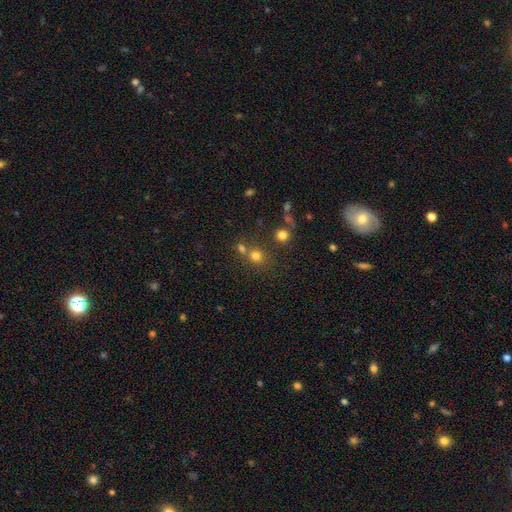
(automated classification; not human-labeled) A smooth galaxy with no disk features (74%) that is round (85%).

Vote fractions:
- Smooth or featured? smooth: 74% / star or artifact: 18% / featured or disk: 8%
- How rounded? round: 85% / in between: 14% / cigar-shaped: 1%
- Merging? none: 61% / merger: 27% / minor disturbance: 8% / major disturbance: 4%